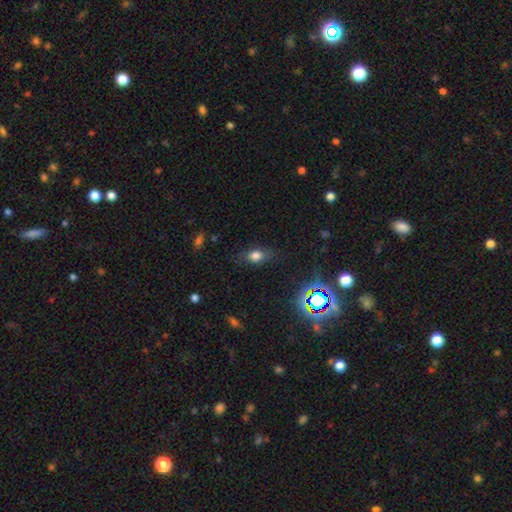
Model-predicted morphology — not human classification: This is likely a smooth galaxy (70%). How rounded: likely in between (71%). Merging: likely none (77%).